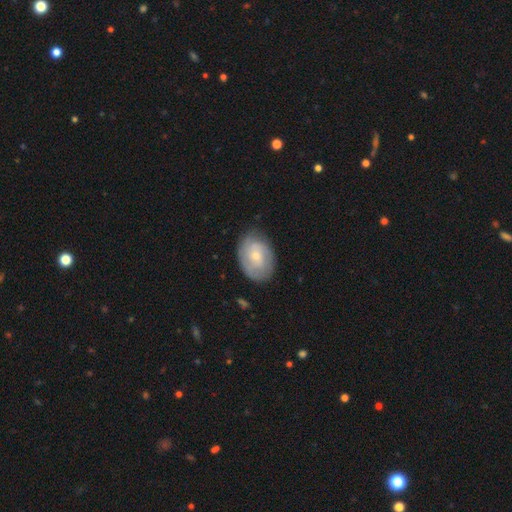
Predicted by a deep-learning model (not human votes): smooth_or_featured: featured or disk (p=0.56) [alt: smooth p=0.38]
disk_edge_on: no (p=0.96) [alt: yes p=0.04]
bar: no (p=0.72) [alt: weak p=0.25]
has_spiral_arms: yes (p=0.79) [alt: no p=0.21]
bulge_size: small (p=0.66) [alt: moderate p=0.30]
merging: none (p=0.74) [alt: minor disturbance p=0.19]